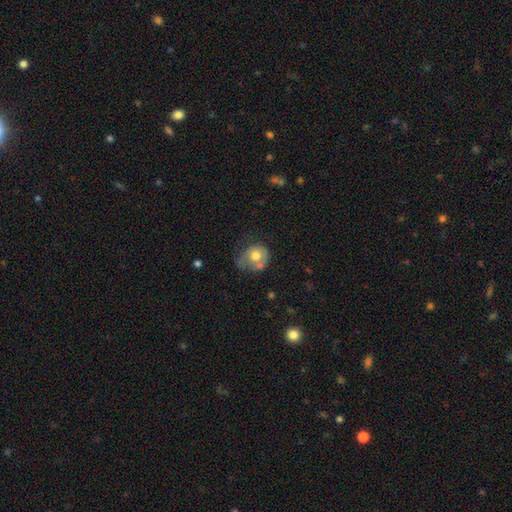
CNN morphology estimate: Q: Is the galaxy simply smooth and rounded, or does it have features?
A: smooth — 65%.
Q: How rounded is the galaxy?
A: round — 68%.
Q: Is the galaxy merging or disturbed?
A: none — 30%.